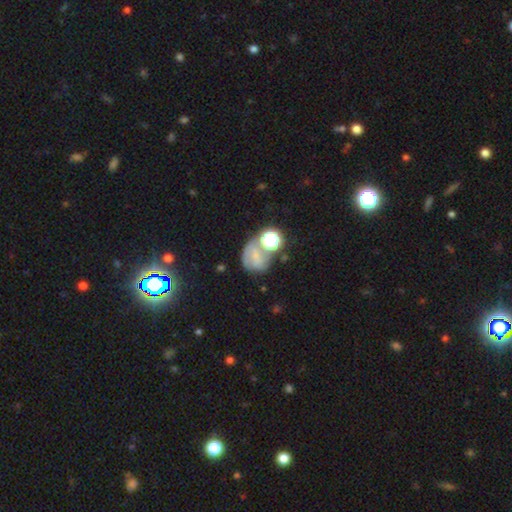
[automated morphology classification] A smooth galaxy with no disk features (43%).

Vote fractions:
- Smooth or featured? smooth: 43% / featured or disk: 35% / star or artifact: 22%
- Merging? none: 39% / merger: 25% / minor disturbance: 19% / major disturbance: 16%